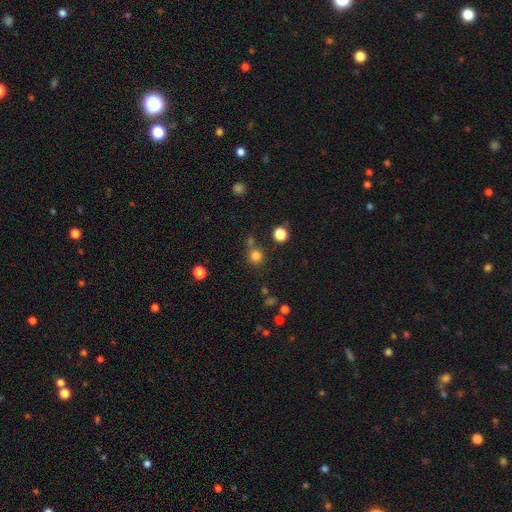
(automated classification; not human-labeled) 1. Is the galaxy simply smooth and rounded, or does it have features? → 79% smooth, 16% star or artifact, 5% featured or disk.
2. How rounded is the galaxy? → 93% round, 6% in between, 1% cigar-shaped.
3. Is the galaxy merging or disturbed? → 75% none, 13% merger, 8% minor disturbance, 3% major disturbance.